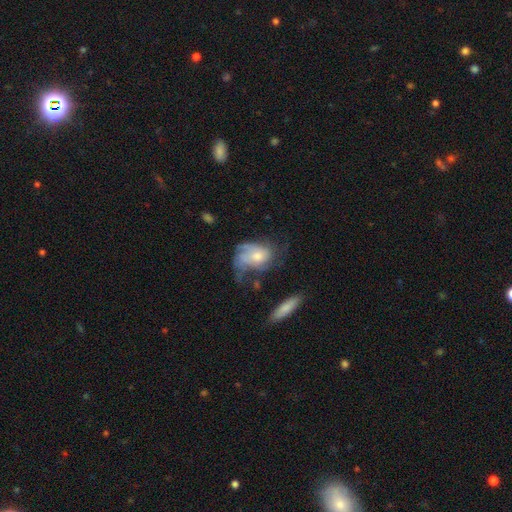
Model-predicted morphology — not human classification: A featured or disk galaxy (55%) with no bar (78%), spiral arms (66%) and a moderate central bulge (54%).

Vote fractions:
- Smooth or featured? featured or disk: 55% / smooth: 37% / star or artifact: 8%
- Edge-on disk? no: 96% / yes: 4%
- Bar? no: 78% / weak: 19% / strong: 3%
- Spiral arms? yes: 66% / no: 34%
- Bulge size? moderate: 54% / small: 30% / large: 9% / none: 5% / dominant: 2%
- Merging? major disturbance: 40% / none: 28% / minor disturbance: 24% / merger: 8%